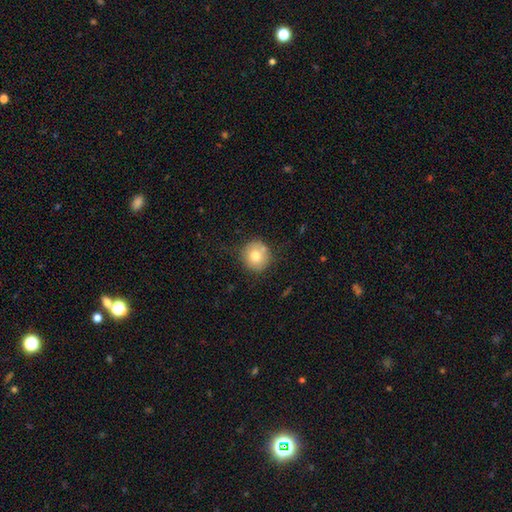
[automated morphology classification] Smooth or featured? Predicted: smooth (p=0.76). How rounded? Predicted: round (p=0.91). Merging? Predicted: none (p=0.73).